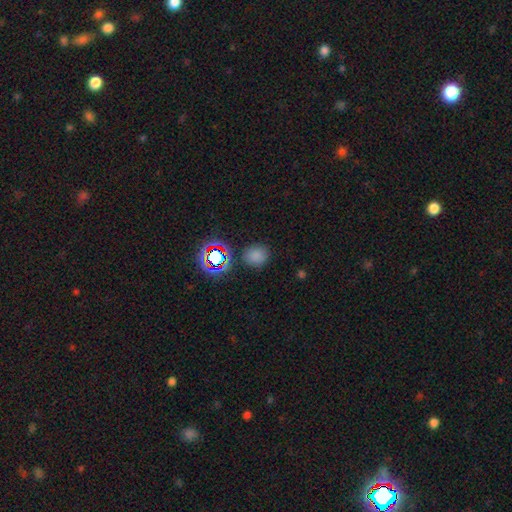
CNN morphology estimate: Smooth or featured: smooth — 74% (star or artifact — 21%)
How rounded: round — 80% (in between — 19%)
Merging: none — 83% (minor disturbance — 10%)